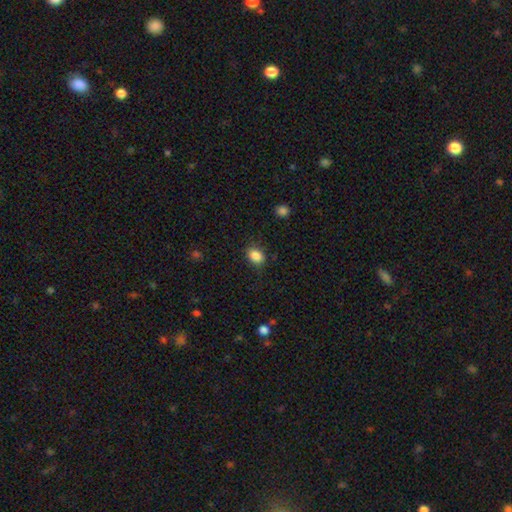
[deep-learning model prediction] smooth-or-featured: smooth: 87% | star or artifact: 9% | featured or disk: 4%
  how-rounded: in between: 66% | round: 33% | cigar-shaped: 1%
  merging: none: 81% | minor disturbance: 14% | major disturbance: 4% | merger: 1%